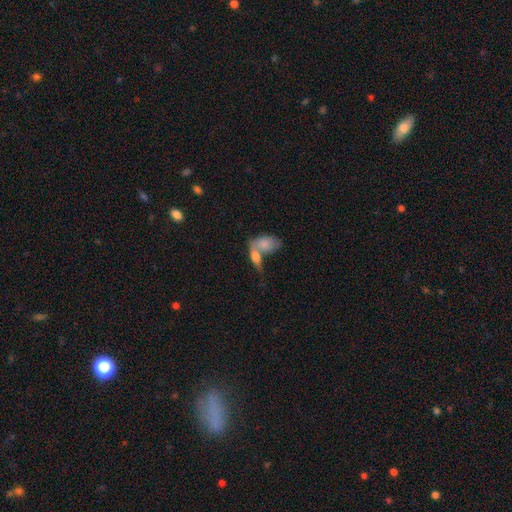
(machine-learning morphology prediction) Q: Smooth or featured?
A: smooth (71%); runner-up: featured or disk (21%)
Q: How rounded?
A: in between (83%); runner-up: cigar-shaped (9%)
Q: Merging?
A: merger (64%); runner-up: none (21%)